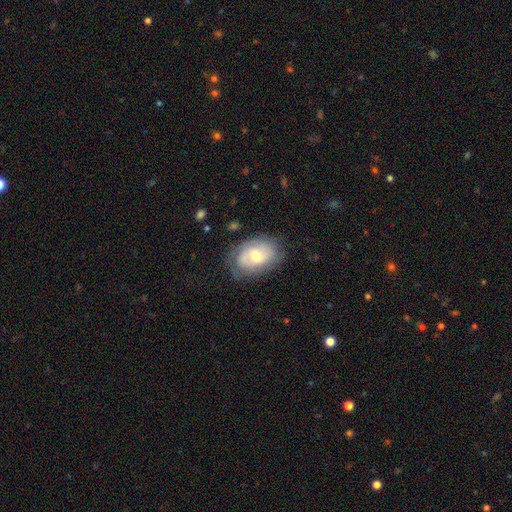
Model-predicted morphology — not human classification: Q: Smooth or featured?
A: featured or disk (57%); runner-up: smooth (37%)
Q: Edge-on disk?
A: no (95%); runner-up: yes (5%)
Q: Bar?
A: no (54%); runner-up: weak (39%)
Q: Spiral arms?
A: yes (75%); runner-up: no (25%)
Q: Bulge size?
A: moderate (65%); runner-up: small (26%)
Q: Merging?
A: none (69%); runner-up: minor disturbance (21%)